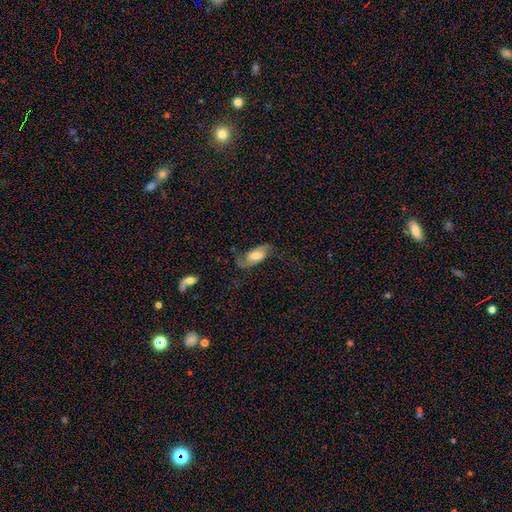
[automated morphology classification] smooth_or_featured: featured or disk (p=0.67) [alt: smooth p=0.26]
disk_edge_on: no (p=0.91) [alt: yes p=0.09]
bar: weak (p=0.43) [alt: no p=0.36]
has_spiral_arms: yes (p=0.90) [alt: no p=0.10]
spiral_winding: loose (p=0.42) [tied with: medium p=0.42]
spiral_arm_count: 2 (p=0.88) [alt: can't tell p=0.06]
bulge_size: moderate (p=0.57) [alt: large p=0.19]
merging: none (p=0.67) [alt: minor disturbance p=0.18]